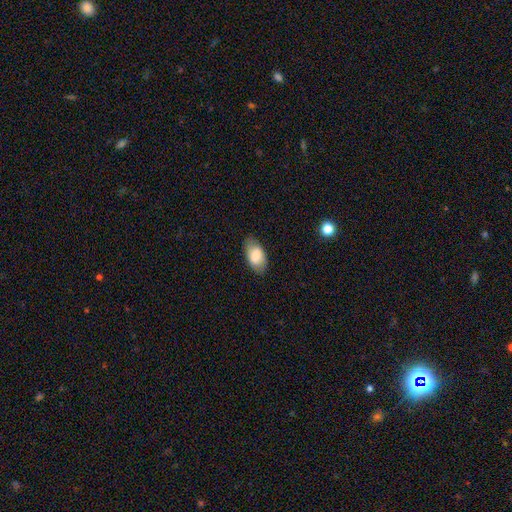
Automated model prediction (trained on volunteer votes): smooth 77%, featured or disk 16%, star or artifact 7%. Down the decision tree: how rounded — in between (93%); merging — none (81%).